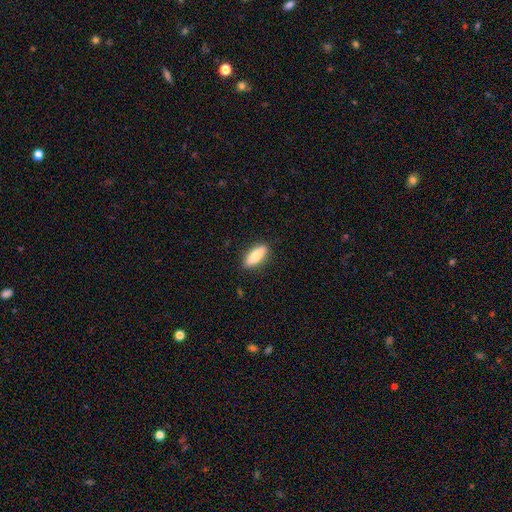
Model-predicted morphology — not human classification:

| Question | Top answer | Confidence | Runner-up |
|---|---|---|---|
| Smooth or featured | smooth | 75% | featured or disk (19%) |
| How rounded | in between | 64% | cigar-shaped (33%) |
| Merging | none | 88% | minor disturbance (9%) |